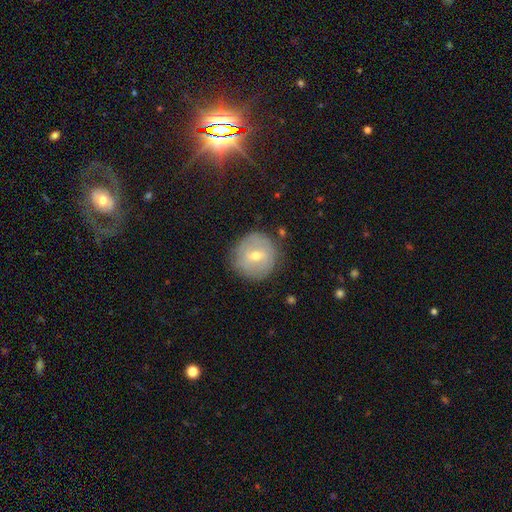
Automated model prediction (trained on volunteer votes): Smooth or featured? Predicted: featured or disk (p=0.47). Merging? Predicted: none (p=0.83).